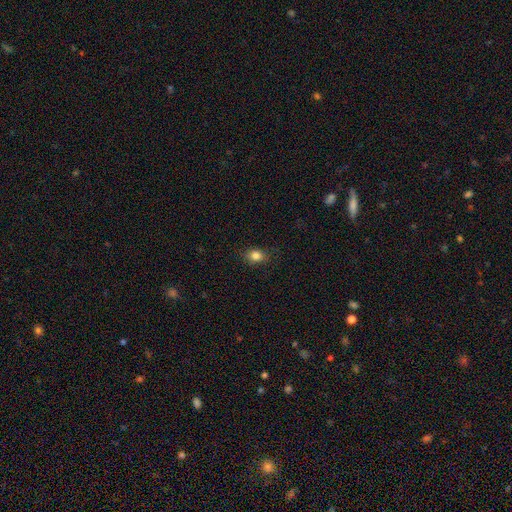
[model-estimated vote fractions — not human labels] This appears to be a smooth galaxy with no disk features (83%) that is in between round and cigar-shaped (57%). Merging: none (84%).